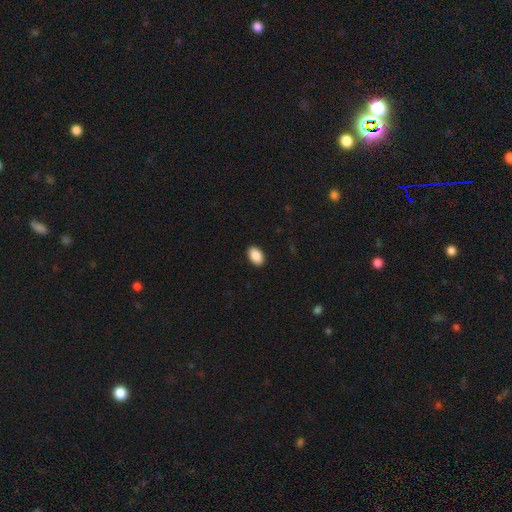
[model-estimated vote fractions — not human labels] Smooth or featured?
  - smooth: 90% *
  - star or artifact: 7%
  - featured or disk: 3%
How rounded?
  - in between: 91% *
  - round: 7%
  - cigar-shaped: 1%
Merging?
  - none: 91% *
  - minor disturbance: 7%
  - major disturbance: 2%
  - merger: 1%